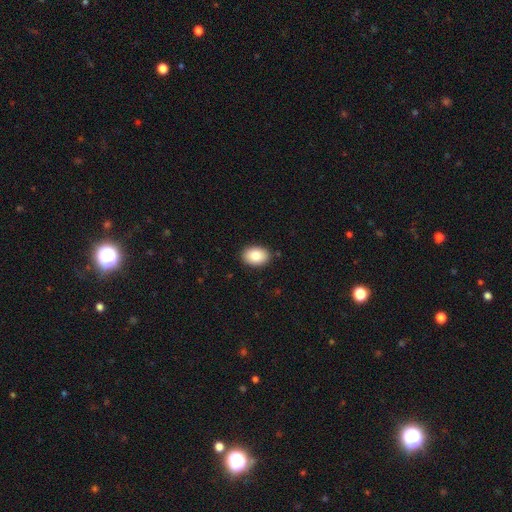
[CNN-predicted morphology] Smooth or featured? Predicted: smooth (p=0.86). How rounded? Predicted: in between (p=0.81). Merging? Predicted: none (p=0.89).